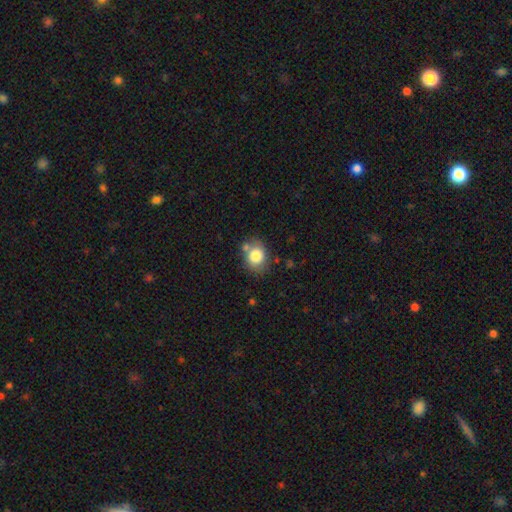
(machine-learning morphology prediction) The model was most divided on "how rounded": round: 54%, in between: 46%, cigar-shaped: 1%. More confident: smooth or featured — smooth (81%); merging — none (64%).